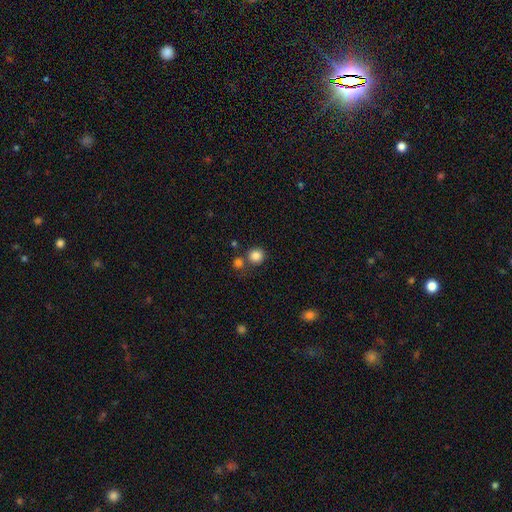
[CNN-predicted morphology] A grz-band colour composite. It shows a smooth galaxy with no disk features (84%) that is round (91%). Merging: none (71%).